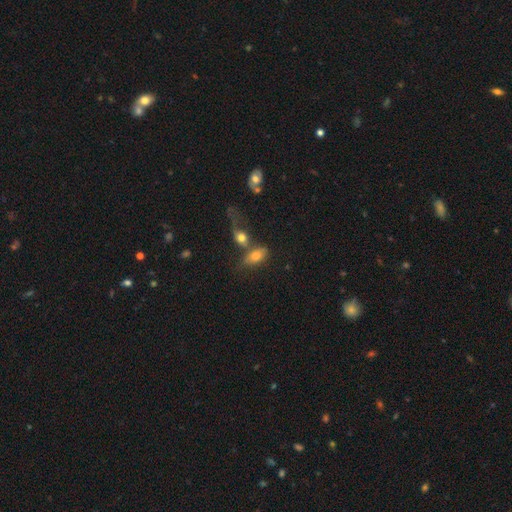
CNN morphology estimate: Smooth or featured? Predicted: smooth (p=0.75). How rounded? Predicted: in between (p=0.85). Merging? Predicted: merger (p=0.46).